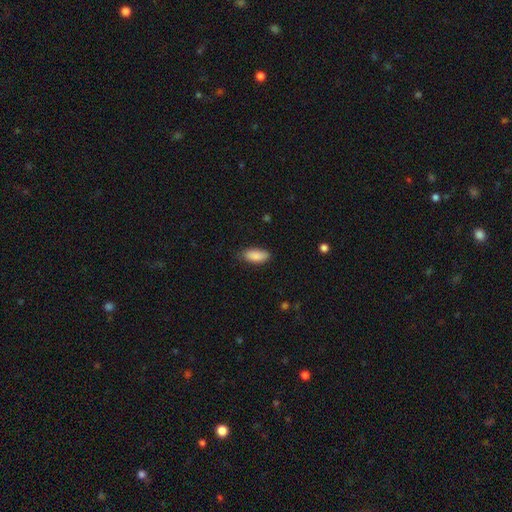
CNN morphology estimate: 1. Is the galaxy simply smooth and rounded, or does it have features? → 89% smooth, 6% star or artifact, 5% featured or disk.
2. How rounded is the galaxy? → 86% in between, 12% cigar-shaped, 2% round.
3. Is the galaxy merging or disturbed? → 81% none, 15% minor disturbance, 3% major disturbance, 1% merger.